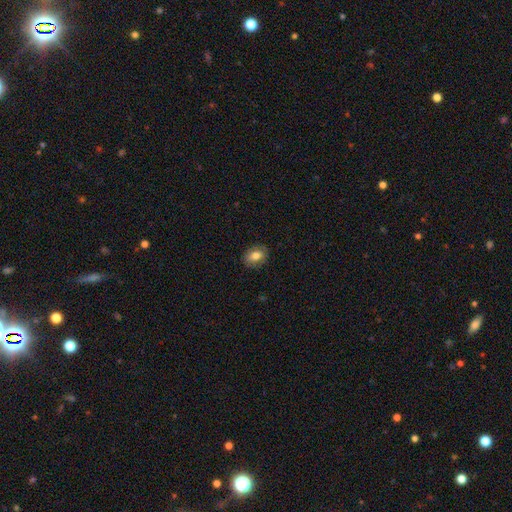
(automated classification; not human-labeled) Overall: smooth (76%). How rounded: in between (75%). Merging: none (85%).